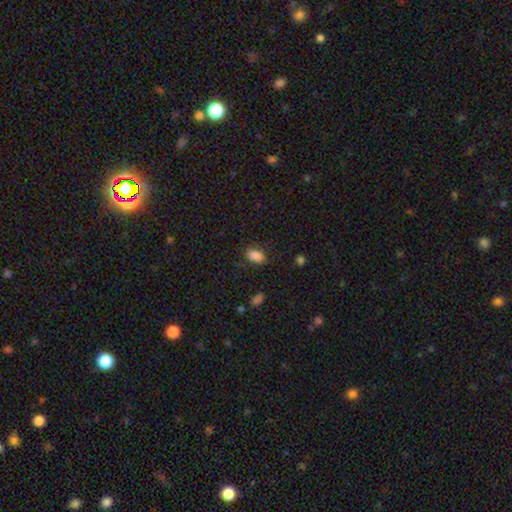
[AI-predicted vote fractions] Smooth or featured? smooth (86%)
How rounded? in between (89%)
Merging? none (77%)